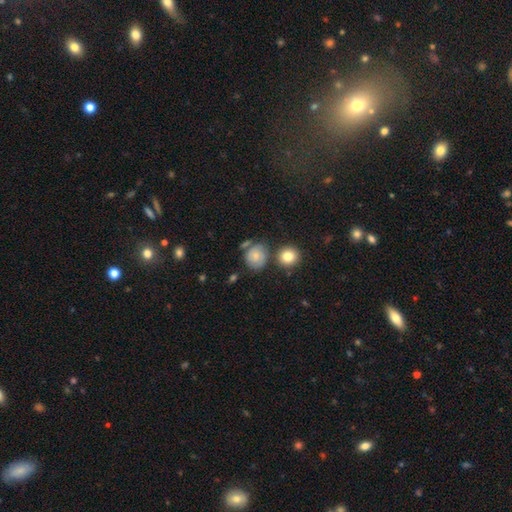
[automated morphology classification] Smooth or featured? Predicted: smooth (p=0.60). How rounded? Predicted: round (p=0.79). Merging? Predicted: none (p=0.61).